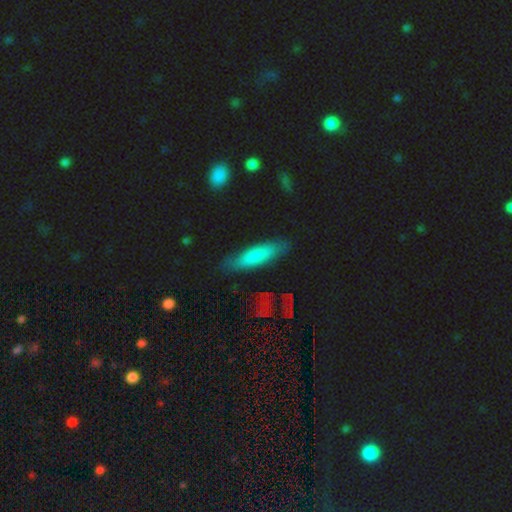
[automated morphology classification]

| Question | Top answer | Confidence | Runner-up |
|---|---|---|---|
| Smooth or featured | smooth | 75% | featured or disk (18%) |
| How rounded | cigar-shaped | 67% | in between (31%) |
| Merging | none | 81% | minor disturbance (13%) |